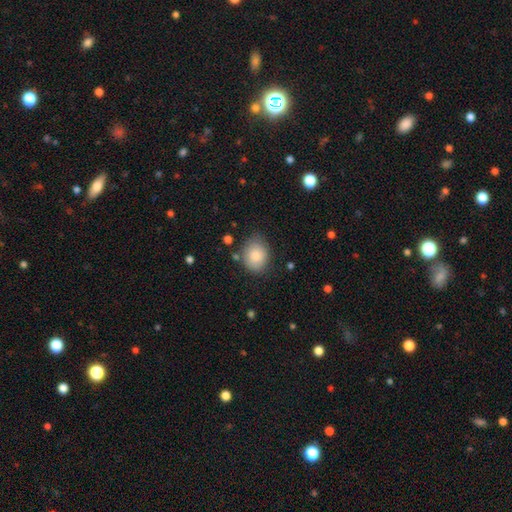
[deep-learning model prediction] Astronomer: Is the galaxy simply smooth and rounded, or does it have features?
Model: smooth — 84%.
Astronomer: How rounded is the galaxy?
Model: round — 52% (runner-up: in between, 47%).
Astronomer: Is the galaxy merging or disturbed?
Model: none — 72%.